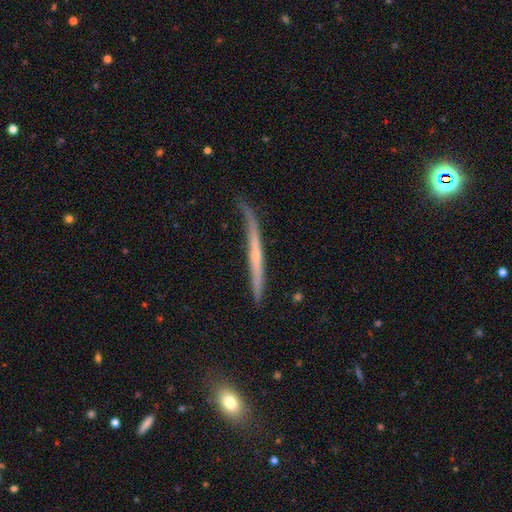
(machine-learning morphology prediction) This is possibly a featured or disk galaxy (58%). It is clearly viewed edge-on (95%). Edge-on bulge: likely none (74%). Merging: likely none (67%).